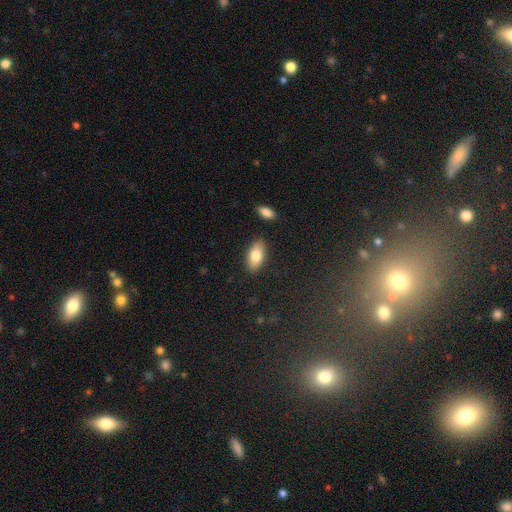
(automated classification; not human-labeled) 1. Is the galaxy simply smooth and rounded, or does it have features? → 79% smooth, 14% featured or disk, 7% star or artifact.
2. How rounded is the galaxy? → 90% in between, 7% cigar-shaped, 3% round.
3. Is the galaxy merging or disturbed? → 86% none, 10% minor disturbance, 2% merger, 2% major disturbance.